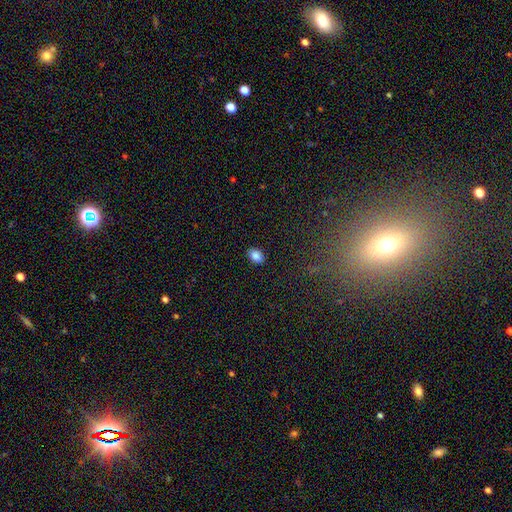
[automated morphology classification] smooth-or-featured: smooth: 86% | star or artifact: 9% | featured or disk: 5%
  how-rounded: in between: 81% | round: 18% | cigar-shaped: 1%
  merging: none: 89% | minor disturbance: 8% | major disturbance: 2% | merger: 1%